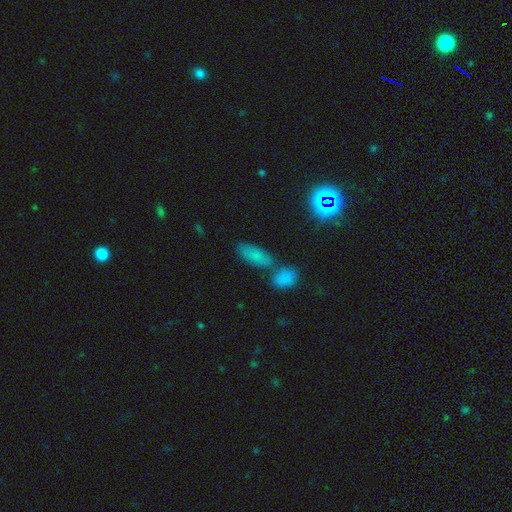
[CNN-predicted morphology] The model was most divided on "merging": none: 55%, merger: 29%, minor disturbance: 12%, major disturbance: 5%. More confident: how rounded — in between (78%); smooth or featured — smooth (74%).